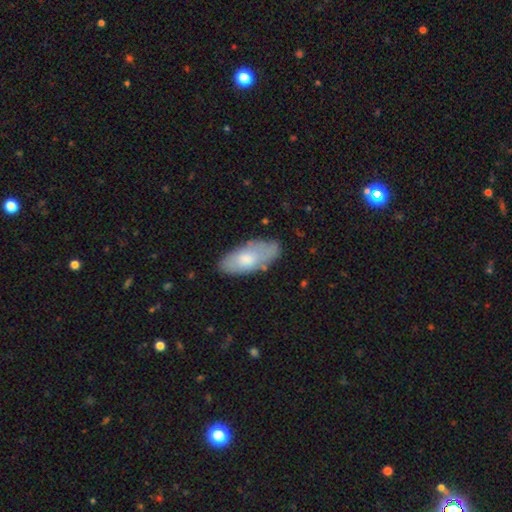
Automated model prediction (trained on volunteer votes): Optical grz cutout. It shows a smooth galaxy with no disk features (71%) that is in between round and cigar-shaped (87%). Merging: none (74%).